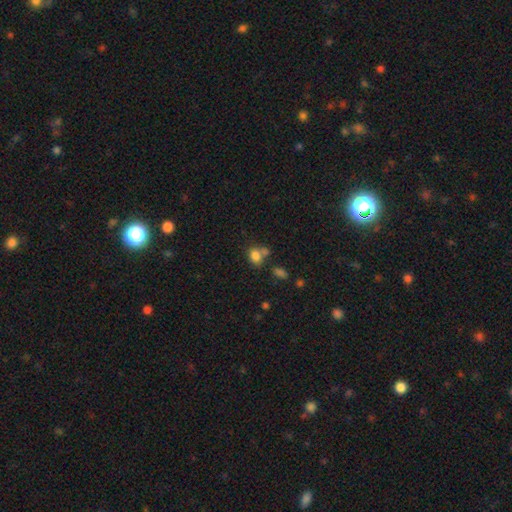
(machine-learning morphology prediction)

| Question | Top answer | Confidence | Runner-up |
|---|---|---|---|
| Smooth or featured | smooth | 81% | star or artifact (11%) |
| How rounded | in between | 64% | round (34%) |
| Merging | none | 49% | merger (31%) |